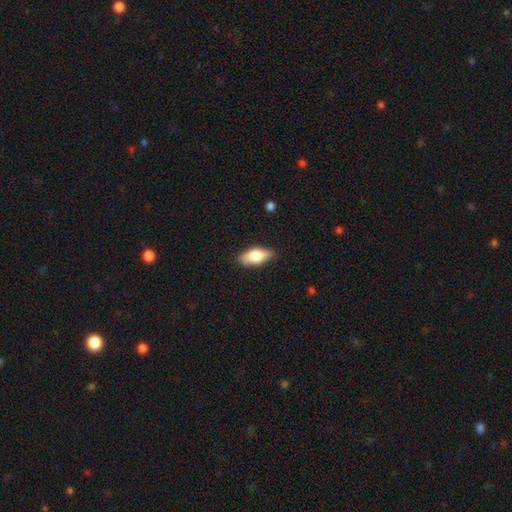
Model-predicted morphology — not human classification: A smooth galaxy with no disk features (71%) that is in between round and cigar-shaped (85%). Merging: none (82%).